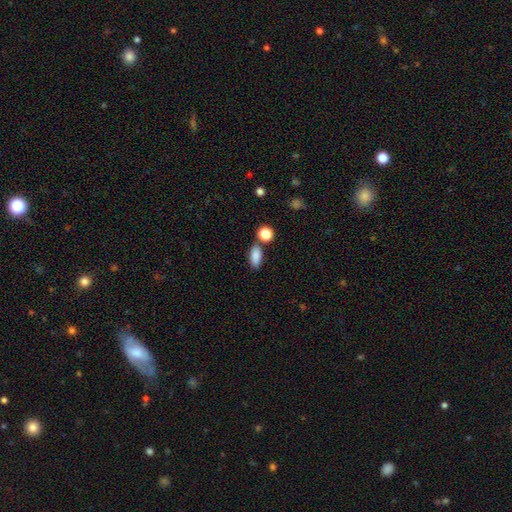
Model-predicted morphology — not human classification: This is clearly a smooth galaxy (86%). How rounded: clearly in between (86%). Merging: likely none (73%).